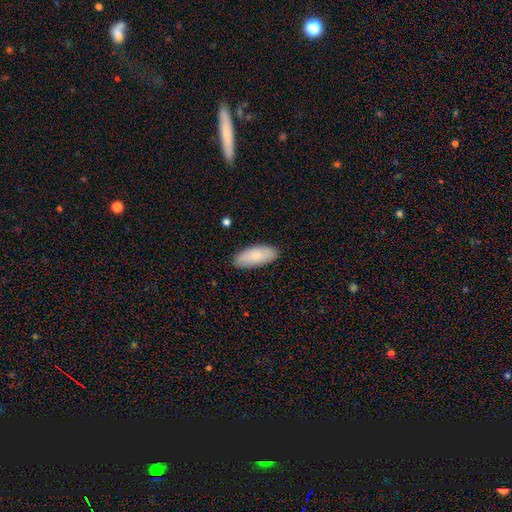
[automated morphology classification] Overall: smooth (85%). How rounded: in between (84%). Merging: none (88%).